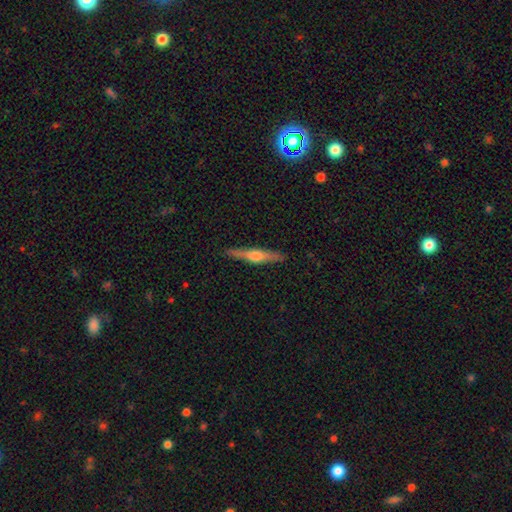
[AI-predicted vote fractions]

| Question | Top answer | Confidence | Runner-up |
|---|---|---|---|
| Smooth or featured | featured or disk | 62% | smooth (32%) |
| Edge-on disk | yes | 97% | no (3%) |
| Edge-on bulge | rounded | 88% | boxy (7%) |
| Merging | none | 89% | minor disturbance (8%) |